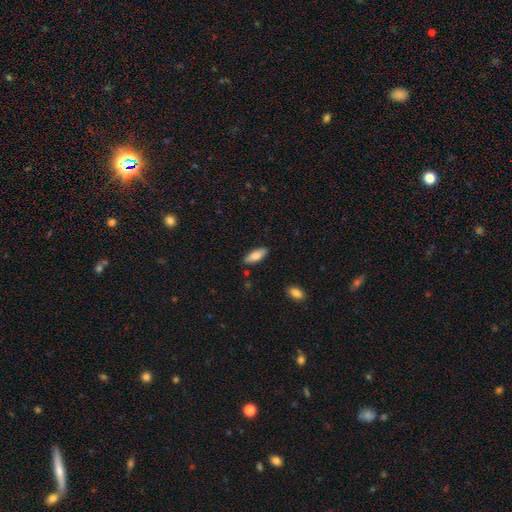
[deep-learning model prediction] Smooth or featured? smooth (82%)
How rounded? in between (75%)
Merging? none (87%)